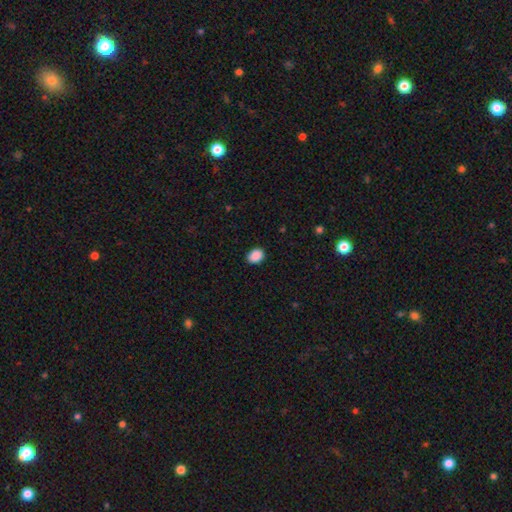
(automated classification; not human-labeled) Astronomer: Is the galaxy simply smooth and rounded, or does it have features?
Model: smooth — 89%.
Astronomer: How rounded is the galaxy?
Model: in between — 63%.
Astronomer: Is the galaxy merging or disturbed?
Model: none — 88%.